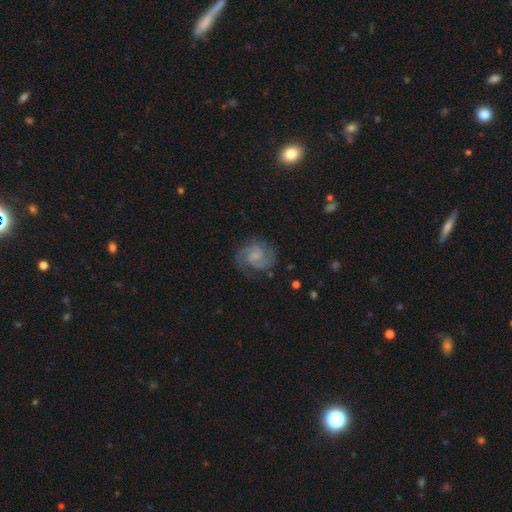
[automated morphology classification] A featured or disk galaxy (83%) with no bar (52%), 2 (84%) medium (47%) spiral arms (97%) and a small central bulge (44%).

Vote fractions:
- Smooth or featured? featured or disk: 83% / smooth: 11% / star or artifact: 6%
- Edge-on disk? no: 98% / yes: 2%
- Bar? no: 52% / weak: 42% / strong: 6%
- Spiral arms? yes: 97% / no: 3%
- Spiral winding? medium: 47% / tight: 42% / loose: 11%
- Spiral arm count? 2: 84% / can't tell: 6% / 3: 5% / 1: 2% / 4: 2% / more than 4: 1%
- Bulge size? small: 44% / none: 32% / moderate: 20% / large: 3% / dominant: 1%
- Merging? none: 77% / minor disturbance: 15% / major disturbance: 6% / merger: 1%